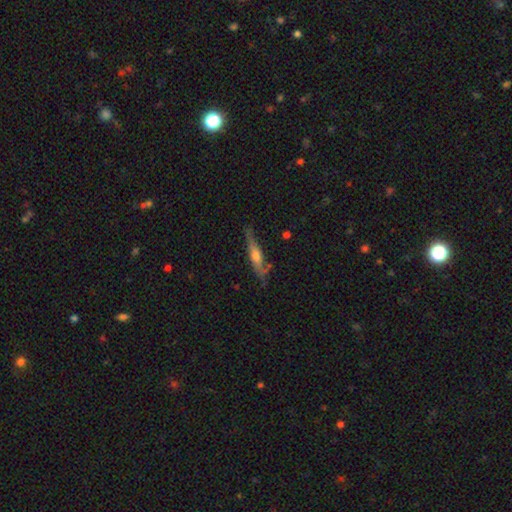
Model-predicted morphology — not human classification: A featured or disk galaxy (53%) viewed edge-on (81%). Merging: none (67%).